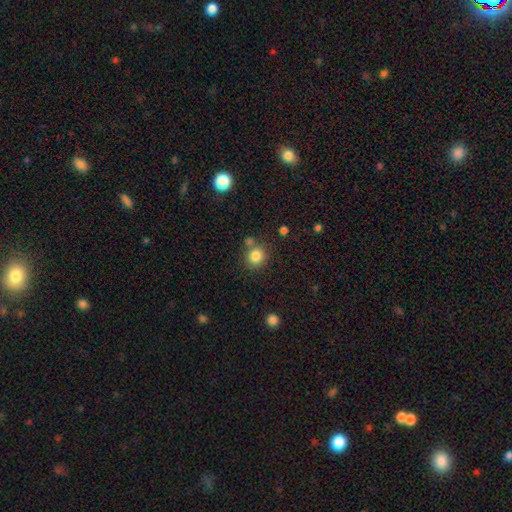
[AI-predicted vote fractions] The model was most divided on "merging": none: 70%, merger: 15%, minor disturbance: 11%, major disturbance: 4%. More confident: smooth or featured — smooth (84%); how rounded — round (83%).